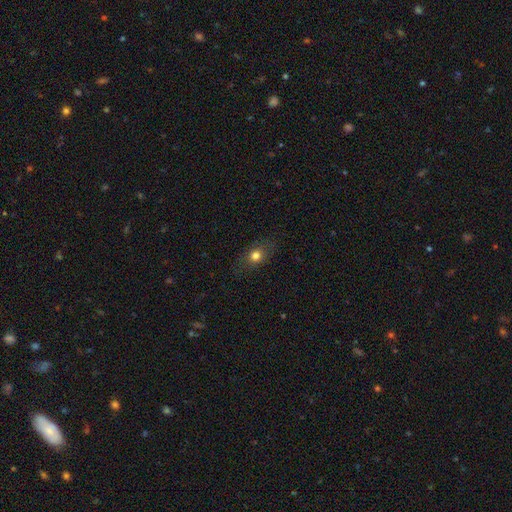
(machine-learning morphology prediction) A smooth galaxy with no disk features (73%) that is in between round and cigar-shaped (59%). Merging: none (81%).